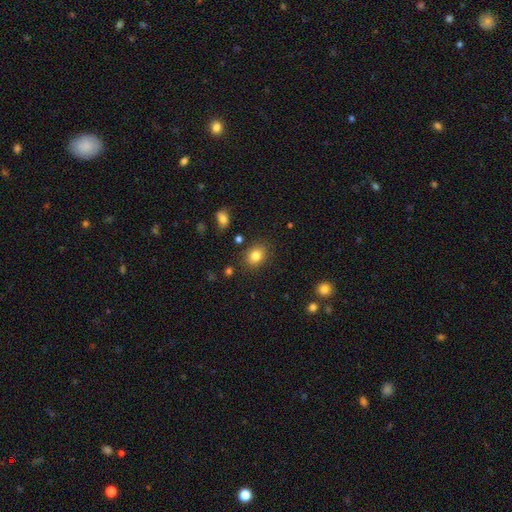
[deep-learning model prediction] Smooth or featured?
  - smooth: 82% *
  - star or artifact: 11%
  - featured or disk: 7%
How rounded?
  - round: 50% *
  - in between: 49%
  - cigar-shaped: 1%
Merging?
  - none: 84% *
  - minor disturbance: 10%
  - major disturbance: 3%
  - merger: 2%